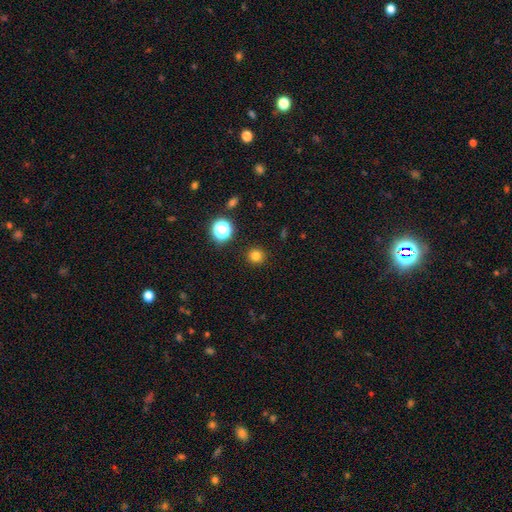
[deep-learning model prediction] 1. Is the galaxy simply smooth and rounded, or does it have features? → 79% smooth, 16% star or artifact, 5% featured or disk.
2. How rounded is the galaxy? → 94% round, 5% in between, 1% cigar-shaped.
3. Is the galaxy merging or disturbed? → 92% none, 5% minor disturbance, 2% major disturbance, 1% merger.